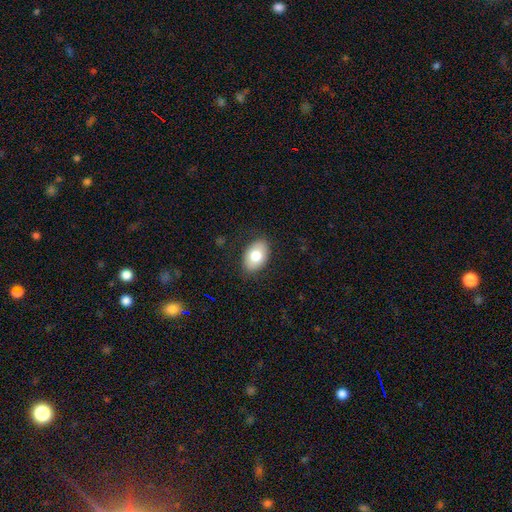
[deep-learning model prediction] A smooth galaxy with no disk features (77%) that is in between round and cigar-shaped (88%). Merging: none (84%).